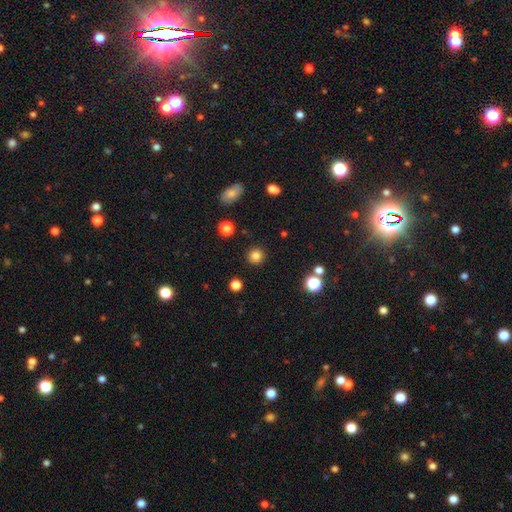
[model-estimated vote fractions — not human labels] Overall: smooth (82%). How rounded: round (93%). Merging: none (90%).